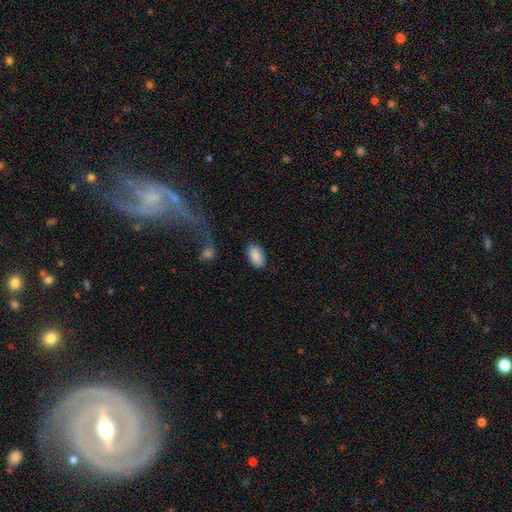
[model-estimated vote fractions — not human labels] A smooth galaxy with no disk features (88%) that is in between round and cigar-shaped (94%). Merging: none (81%).